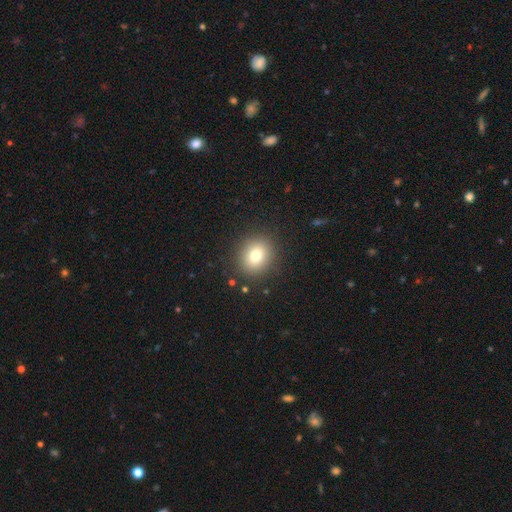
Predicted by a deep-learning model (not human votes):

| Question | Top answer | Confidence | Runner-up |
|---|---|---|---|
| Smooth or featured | smooth | 77% | star or artifact (12%) |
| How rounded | round | 72% | in between (27%) |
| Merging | none | 88% | minor disturbance (8%) |